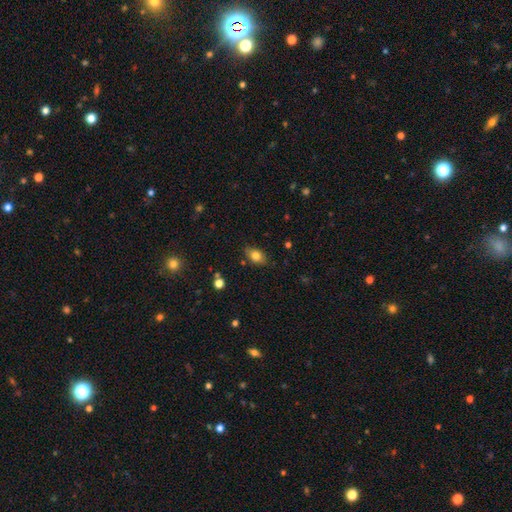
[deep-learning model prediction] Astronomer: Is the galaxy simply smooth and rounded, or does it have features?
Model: smooth — 79%.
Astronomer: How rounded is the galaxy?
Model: in between — 83%.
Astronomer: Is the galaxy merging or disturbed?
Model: none — 80%.